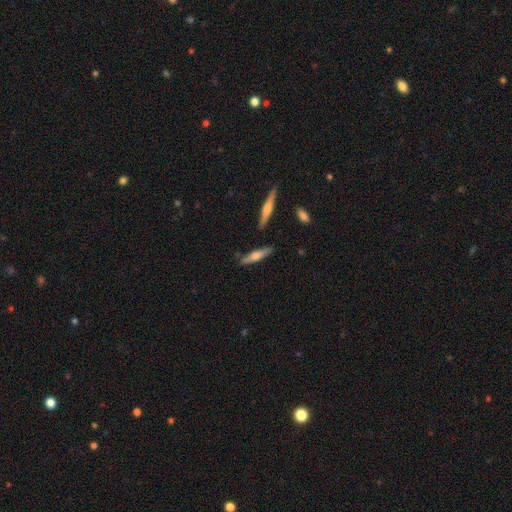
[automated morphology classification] A smooth galaxy with no disk features (50%) that is cigar-shaped (81%). Merging: none (81%).